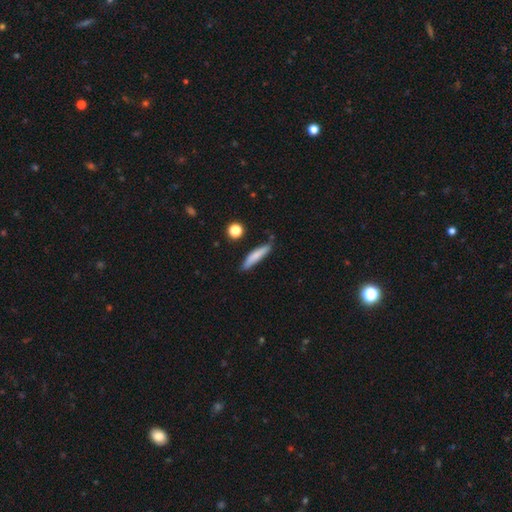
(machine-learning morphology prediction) smooth-or-featured: smooth: 75% | featured or disk: 18% | star or artifact: 7%
  how-rounded: cigar-shaped: 87% | in between: 11% | round: 2%
  merging: none: 79% | minor disturbance: 15% | merger: 3% | major disturbance: 3%